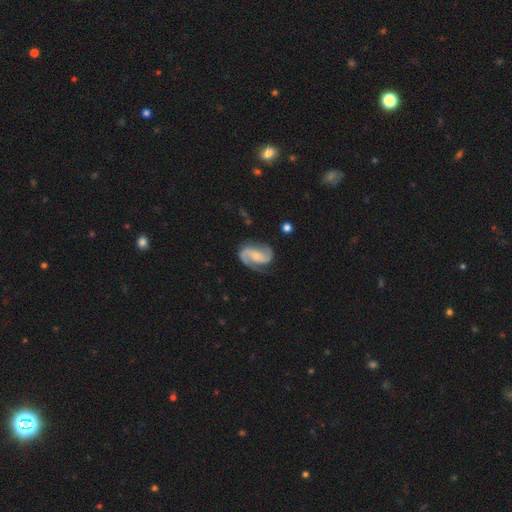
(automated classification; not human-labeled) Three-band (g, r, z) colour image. It shows a featured or disk galaxy (89%) with no bar (45%), 2 (92%) medium (53%) spiral arms (98%) and a small central bulge (53%). Merging: none (75%).